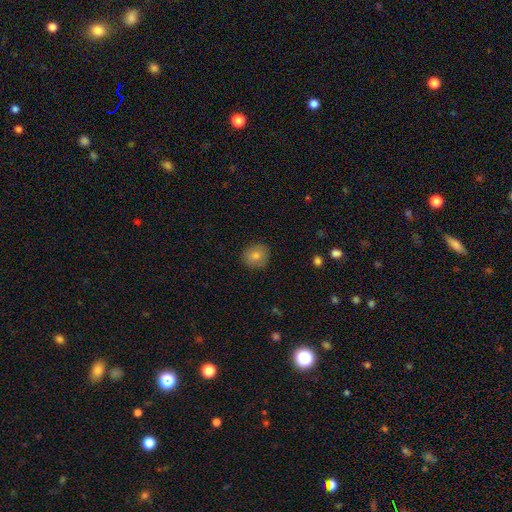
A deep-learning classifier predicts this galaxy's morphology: Overall: smooth (82%). How rounded: round (81%). Merging: none (87%).